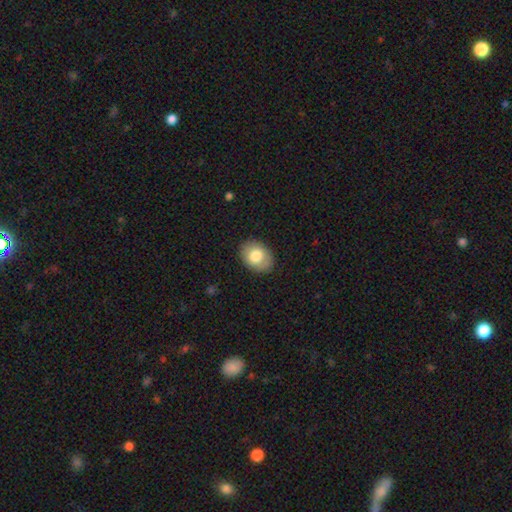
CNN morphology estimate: Smooth or featured: smooth — 79% (featured or disk — 14%)
How rounded: in between — 70% (round — 29%)
Merging: none — 87% (minor disturbance — 10%)